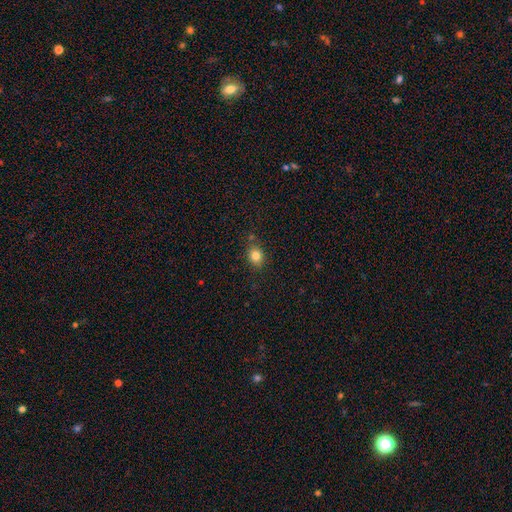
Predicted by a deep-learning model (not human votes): Smooth or featured: smooth — 82% (star or artifact — 11%)
How rounded: round — 54% (in between — 45%)
Merging: none — 79% (minor disturbance — 13%)